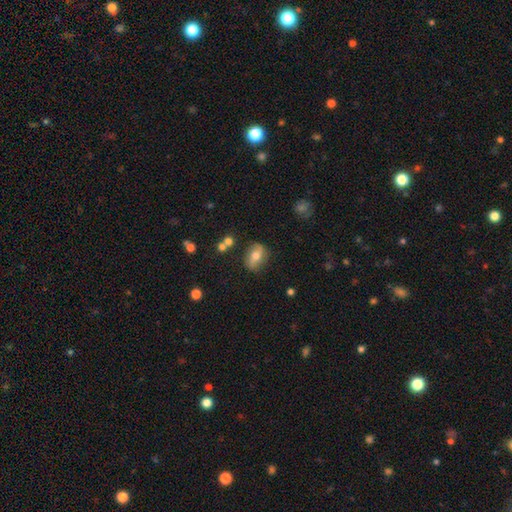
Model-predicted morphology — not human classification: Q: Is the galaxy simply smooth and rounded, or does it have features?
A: smooth — 56%.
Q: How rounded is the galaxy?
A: in between — 75%.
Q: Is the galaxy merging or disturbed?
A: none — 73%.